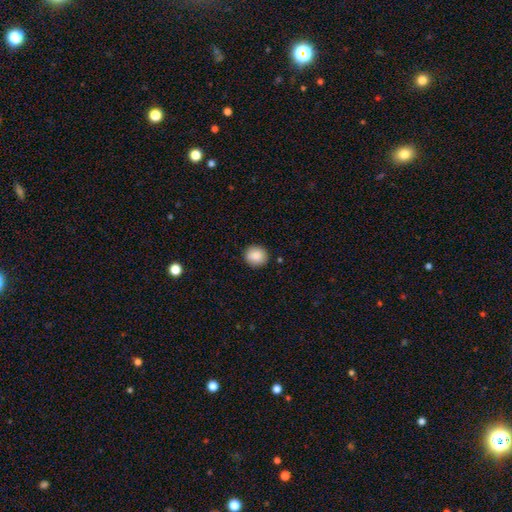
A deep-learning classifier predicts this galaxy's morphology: Smooth or featured: smooth — 89% (star or artifact — 8%)
How rounded: round — 81% (in between — 18%)
Merging: none — 89% (minor disturbance — 8%)